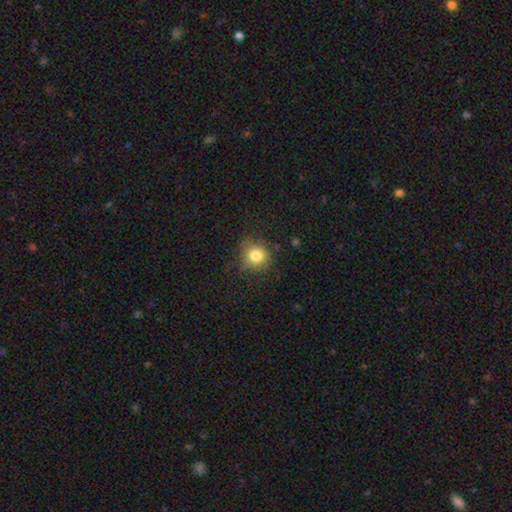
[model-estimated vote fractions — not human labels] Smooth or featured: smooth — 81% (star or artifact — 11%)
How rounded: round — 87% (in between — 12%)
Merging: none — 74% (minor disturbance — 19%)